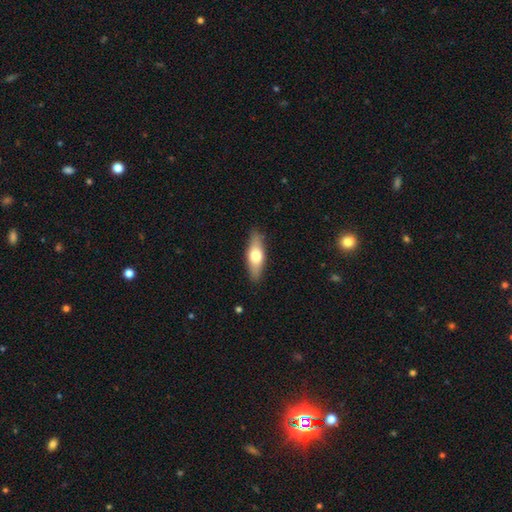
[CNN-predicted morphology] smooth_or_featured: smooth (p=0.59) [alt: featured or disk p=0.36]
how_rounded: in between (p=0.55) [alt: cigar-shaped p=0.42]
merging: none (p=0.88) [alt: minor disturbance p=0.09]